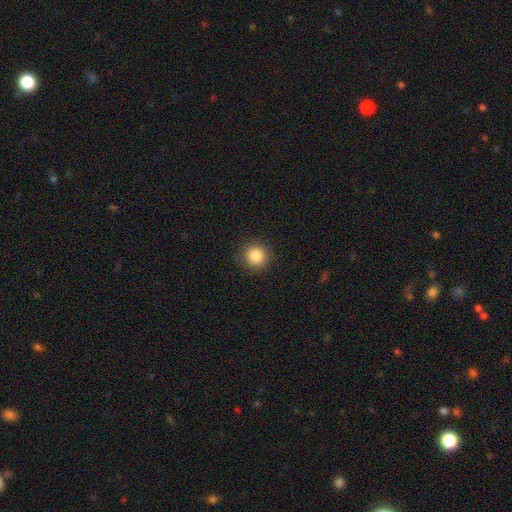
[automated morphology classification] This appears to be a smooth galaxy with no disk features (85%) that is round (94%). Merging: none (90%).